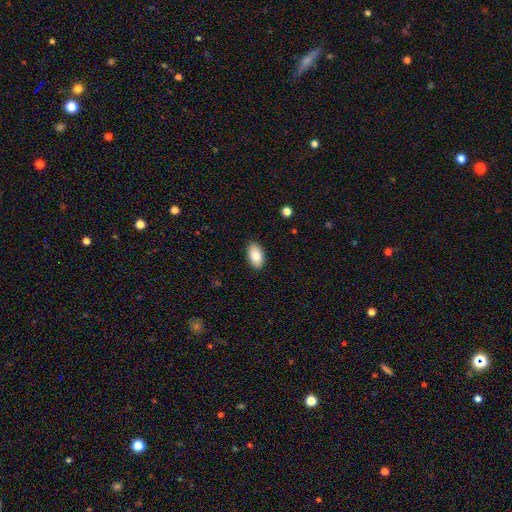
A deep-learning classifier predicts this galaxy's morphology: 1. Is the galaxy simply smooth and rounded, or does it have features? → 82% smooth, 11% featured or disk, 7% star or artifact.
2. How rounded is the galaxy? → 93% in between, 5% round, 2% cigar-shaped.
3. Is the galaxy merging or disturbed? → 88% none, 10% minor disturbance, 2% major disturbance, 1% merger.